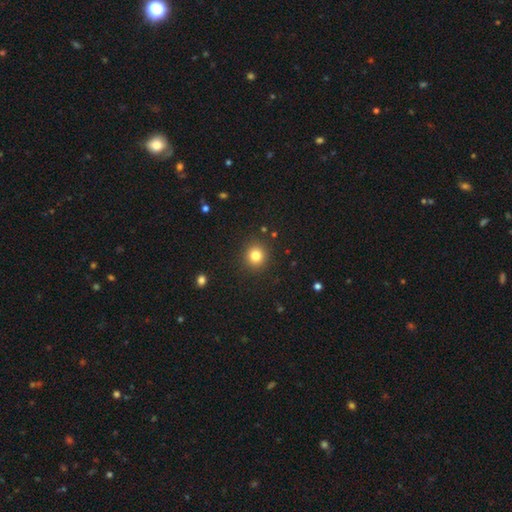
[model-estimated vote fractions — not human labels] This appears to be a smooth galaxy with no disk features (81%) that is round (91%). Merging: none (90%).